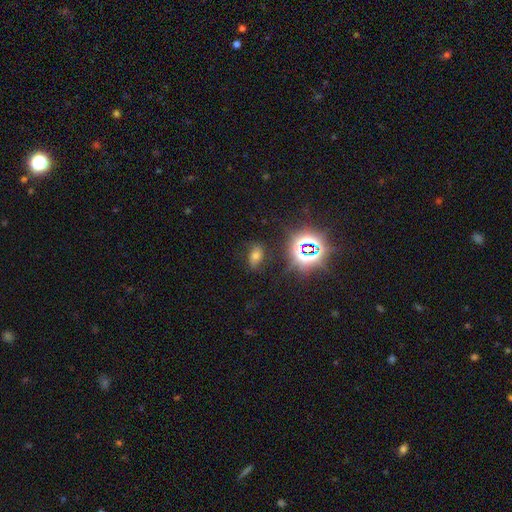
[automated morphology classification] Smooth or featured? smooth (52%)
How rounded? in between (85%)
Merging? none (75%)